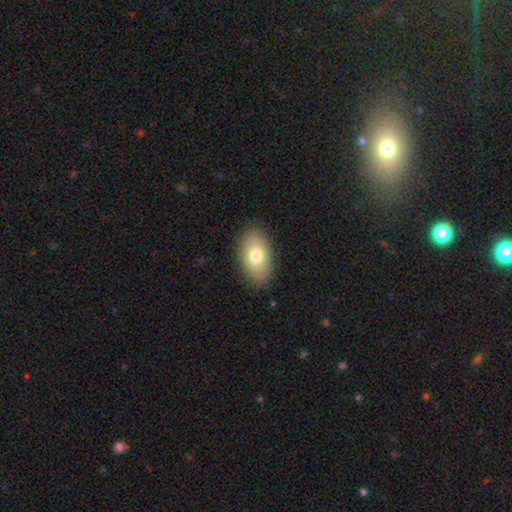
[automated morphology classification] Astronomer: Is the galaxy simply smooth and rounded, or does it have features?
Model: smooth — 76%.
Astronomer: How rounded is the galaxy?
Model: in between — 92%.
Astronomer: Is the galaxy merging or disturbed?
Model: none — 87%.